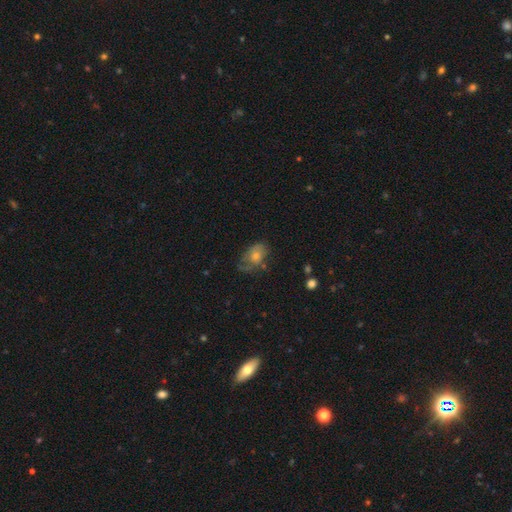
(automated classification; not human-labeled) smooth_or_featured: smooth (p=0.47) [alt: featured or disk p=0.38]
merging: none (p=0.53) [alt: minor disturbance p=0.28]